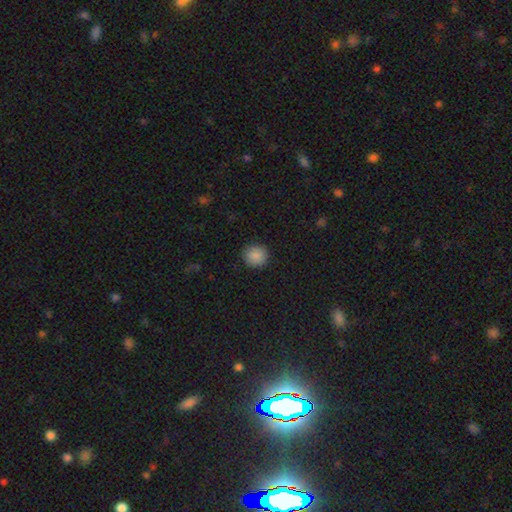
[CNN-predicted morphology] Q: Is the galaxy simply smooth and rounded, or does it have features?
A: smooth — 88%.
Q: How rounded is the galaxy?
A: round — 91%.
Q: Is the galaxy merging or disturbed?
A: none — 91%.